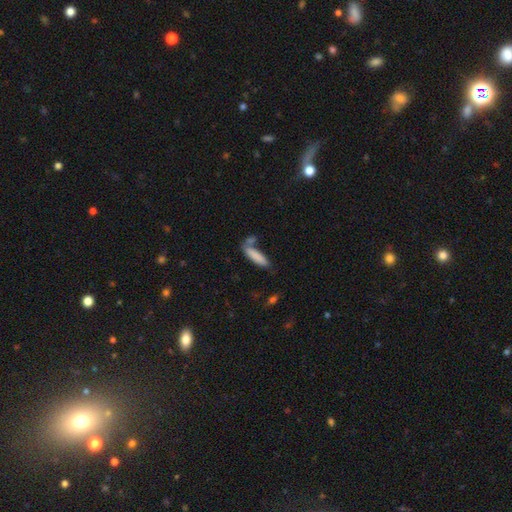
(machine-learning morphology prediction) A smooth galaxy with no disk features (84%) that is cigar-shaped (68%). Merging: none (58%).